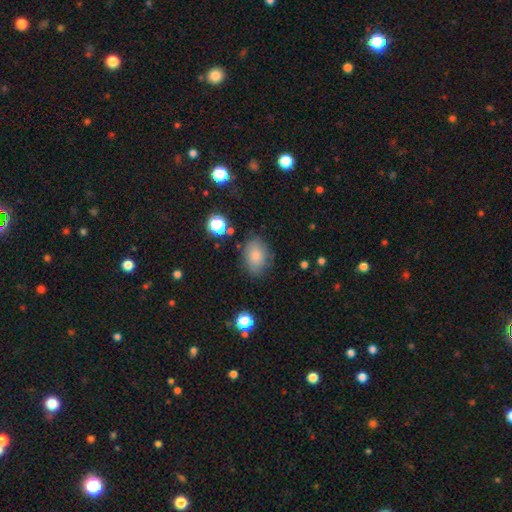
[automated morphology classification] This is likely a smooth galaxy (80%). How rounded: likely in between (77%). Merging: likely none (76%).